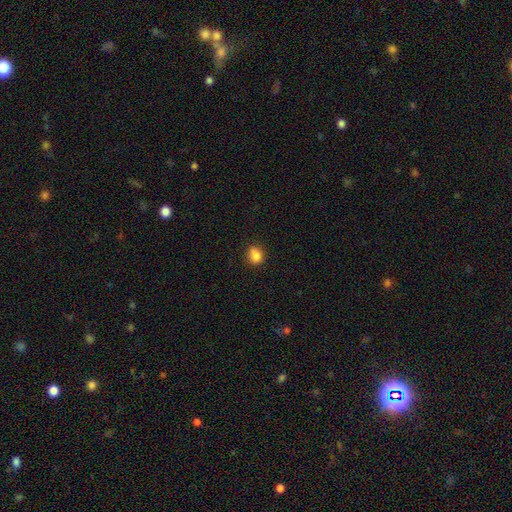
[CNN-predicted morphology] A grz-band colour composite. It shows a smooth galaxy with no disk features (84%) that is round (63%). Merging: none (65%).